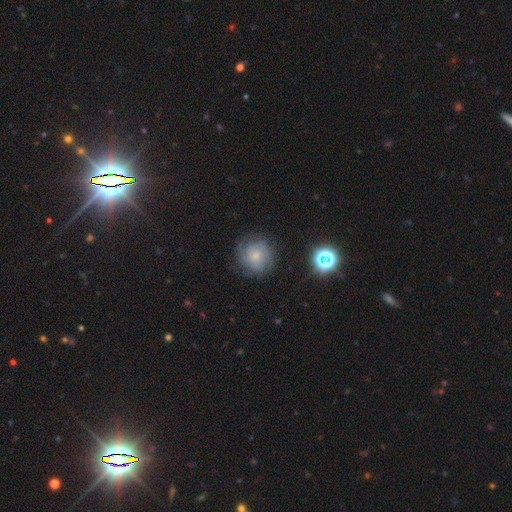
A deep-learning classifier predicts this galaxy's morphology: Q: Smooth or featured?
A: featured or disk (49%); runner-up: smooth (39%)
Q: Merging?
A: none (75%); runner-up: minor disturbance (17%)